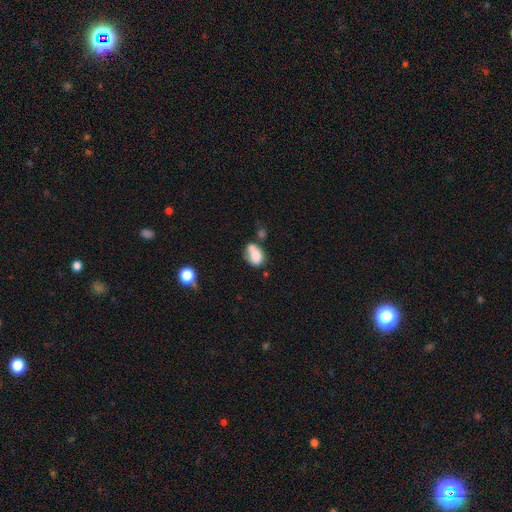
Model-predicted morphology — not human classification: This appears to be a smooth galaxy with no disk features (72%) that is in between round and cigar-shaped (65%). Merging: merger (47%).